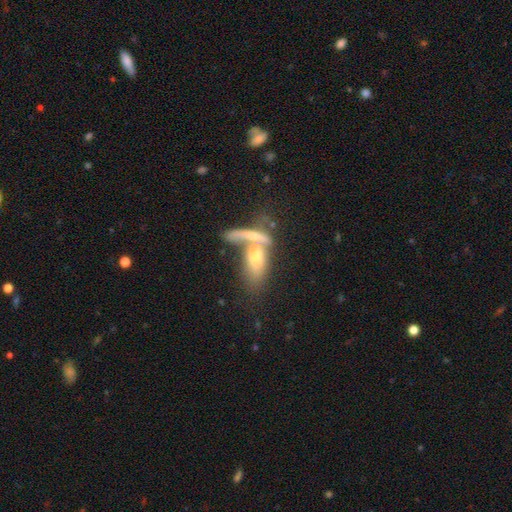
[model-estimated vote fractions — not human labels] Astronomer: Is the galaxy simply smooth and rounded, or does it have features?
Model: smooth — 56% (runner-up: featured or disk, 35%).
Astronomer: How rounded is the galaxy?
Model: in between — 62%.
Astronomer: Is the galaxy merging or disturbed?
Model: merger — 53% (runner-up: none, 30%).